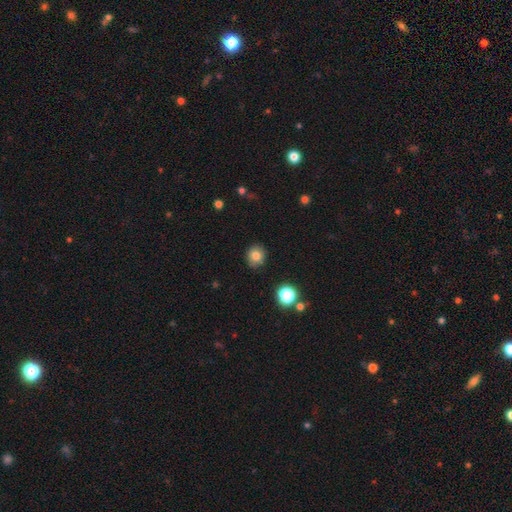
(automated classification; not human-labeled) Q: Smooth or featured?
A: smooth (81%); runner-up: star or artifact (11%)
Q: How rounded?
A: round (83%); runner-up: in between (17%)
Q: Merging?
A: none (89%); runner-up: minor disturbance (8%)